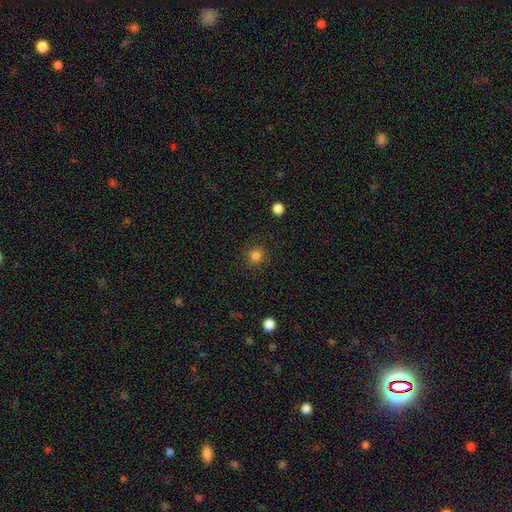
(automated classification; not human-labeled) smooth 83%, star or artifact 13%, featured or disk 4%. Down the decision tree: how rounded — round (93%); merging — none (90%).